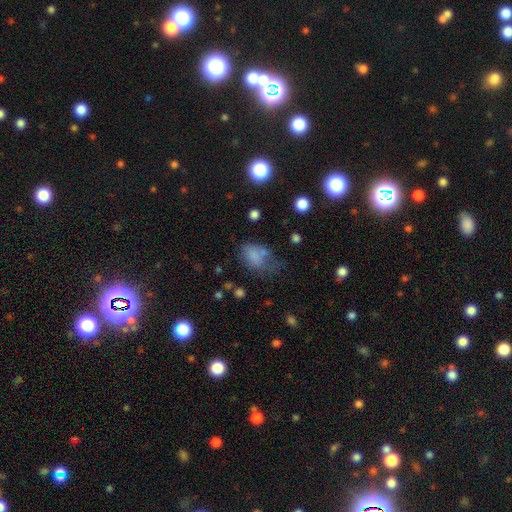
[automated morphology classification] This is likely a smooth galaxy (72%). How rounded: likely in between (78%). Merging: marginally none (32%).